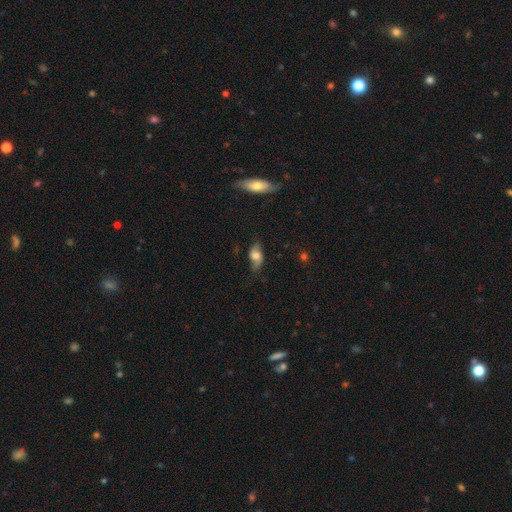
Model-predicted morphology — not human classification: Q: Smooth or featured?
A: featured or disk (46%); runner-up: smooth (45%)
Q: Merging?
A: none (65%); runner-up: minor disturbance (25%)